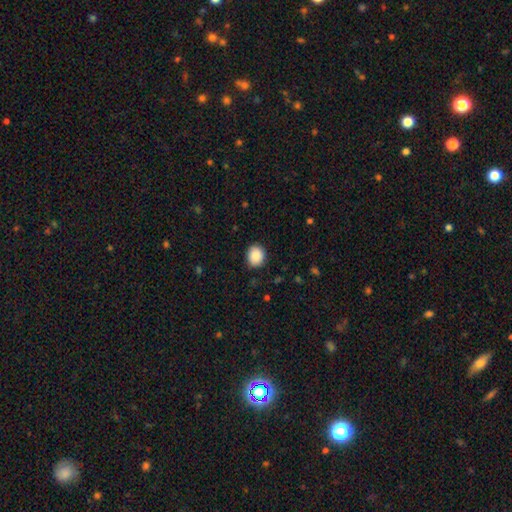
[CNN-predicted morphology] smooth-or-featured: smooth: 88% | star or artifact: 8% | featured or disk: 4%
  how-rounded: round: 71% | in between: 29% | cigar-shaped: 1%
  merging: none: 88% | minor disturbance: 9% | major disturbance: 2% | merger: 1%